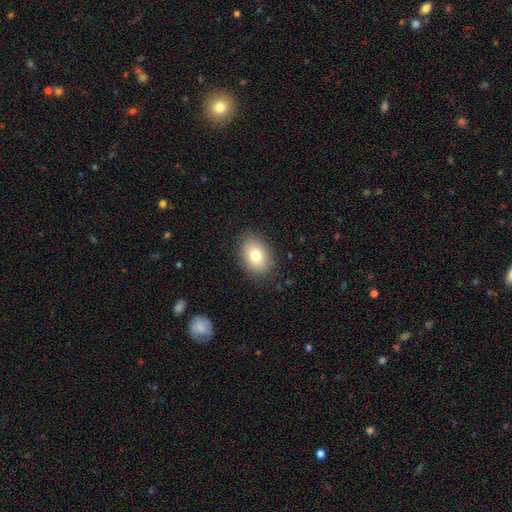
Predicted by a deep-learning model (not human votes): A smooth galaxy with no disk features (78%) that is in between round and cigar-shaped (73%). Merging: none (86%).